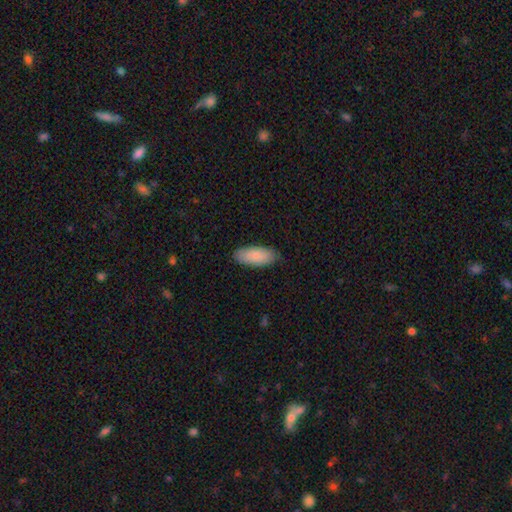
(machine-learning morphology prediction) This is clearly a smooth galaxy (85%). How rounded: clearly in between (84%). Merging: clearly none (85%).